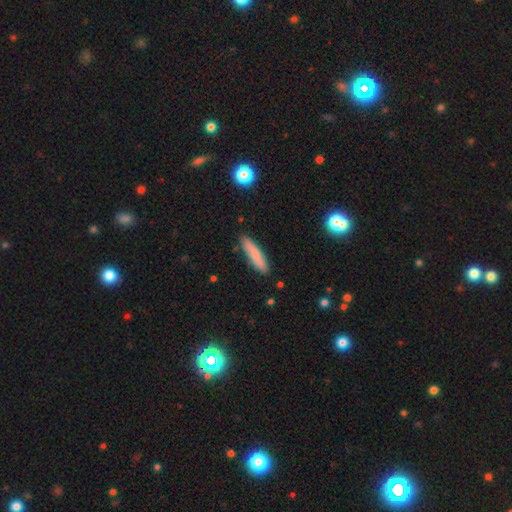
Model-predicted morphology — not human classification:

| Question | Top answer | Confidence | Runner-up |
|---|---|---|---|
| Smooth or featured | smooth | 82% | featured or disk (11%) |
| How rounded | cigar-shaped | 81% | in between (18%) |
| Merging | none | 87% | minor disturbance (10%) |